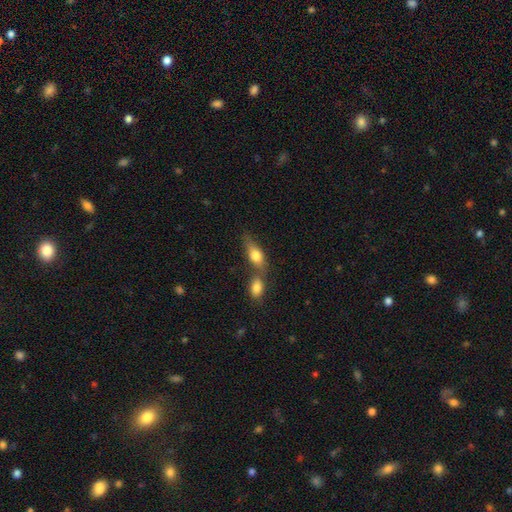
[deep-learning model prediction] smooth-or-featured: smooth: 74% | featured or disk: 19% | star or artifact: 7%
  how-rounded: in between: 73% | cigar-shaped: 21% | round: 6%
  merging: merger: 44% | none: 40% | minor disturbance: 12% | major disturbance: 5%